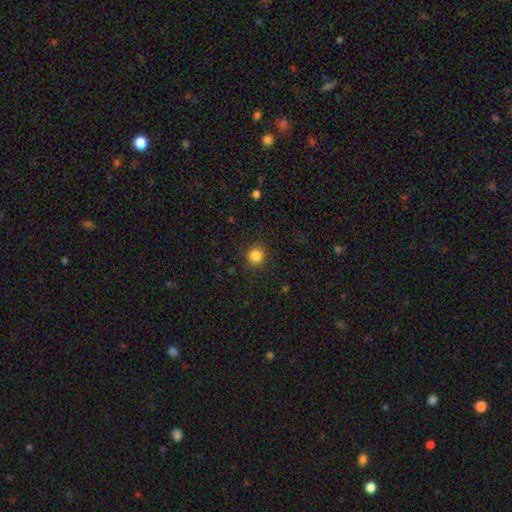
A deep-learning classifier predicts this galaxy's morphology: Smooth or featured: smooth — 84% (star or artifact — 12%)
How rounded: round — 92% (in between — 7%)
Merging: none — 90% (minor disturbance — 7%)